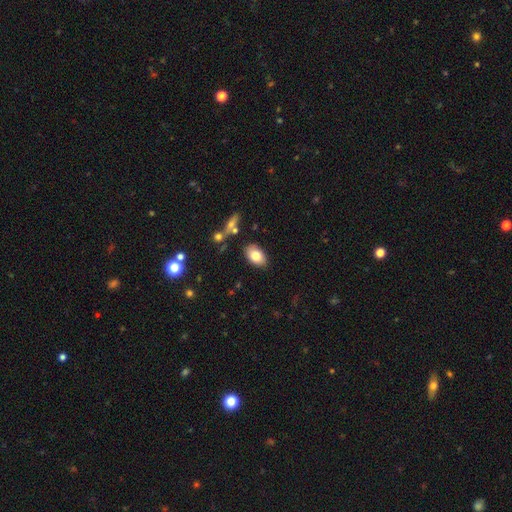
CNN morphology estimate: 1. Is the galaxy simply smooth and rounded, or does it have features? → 79% smooth, 13% featured or disk, 8% star or artifact.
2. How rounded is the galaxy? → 90% in between, 9% round, 1% cigar-shaped.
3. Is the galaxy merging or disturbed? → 82% none, 12% minor disturbance, 3% merger, 3% major disturbance.